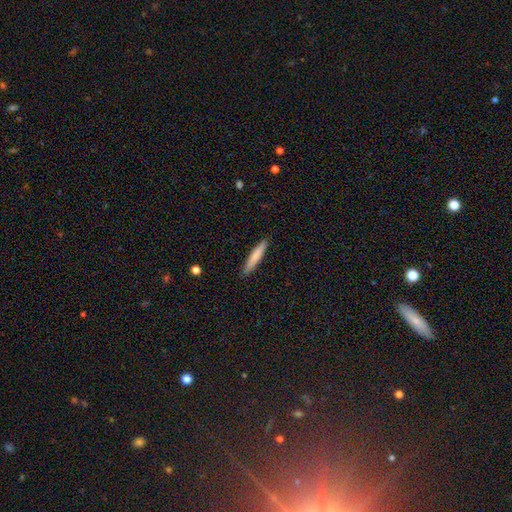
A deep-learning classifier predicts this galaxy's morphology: This appears to be a smooth galaxy with no disk features (78%) that is cigar-shaped (93%). Merging: none (90%).